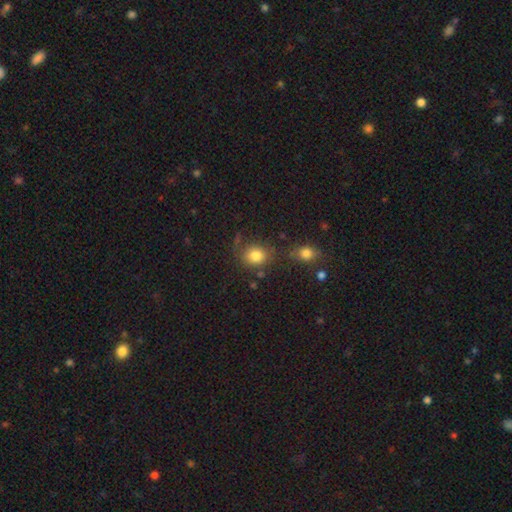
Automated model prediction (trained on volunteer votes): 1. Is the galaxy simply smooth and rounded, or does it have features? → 82% smooth, 11% star or artifact, 7% featured or disk.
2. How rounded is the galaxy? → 71% round, 28% in between, 1% cigar-shaped.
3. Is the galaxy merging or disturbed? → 69% none, 15% minor disturbance, 10% merger, 6% major disturbance.